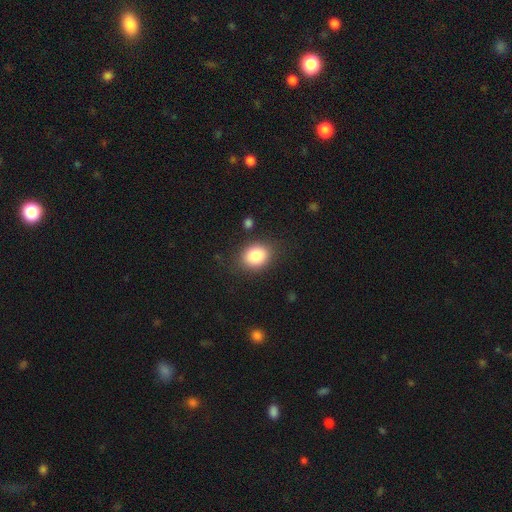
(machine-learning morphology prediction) smooth-or-featured: smooth: 84% | star or artifact: 9% | featured or disk: 7%
  how-rounded: round: 54% | in between: 45% | cigar-shaped: 1%
  merging: none: 83% | minor disturbance: 11% | major disturbance: 4% | merger: 2%